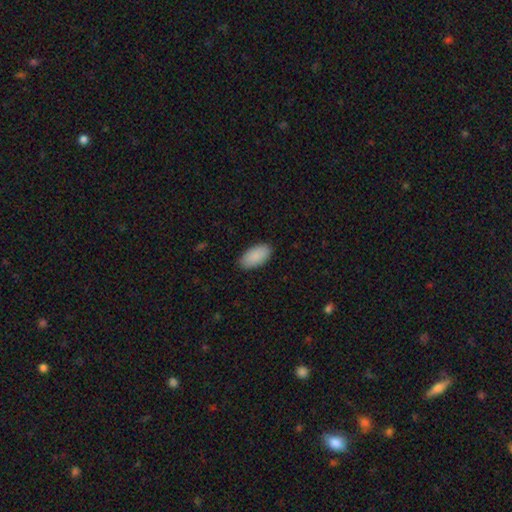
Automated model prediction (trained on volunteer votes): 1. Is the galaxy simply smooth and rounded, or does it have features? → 90% smooth, 6% star or artifact, 4% featured or disk.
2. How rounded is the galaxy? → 96% in between, 2% cigar-shaped, 2% round.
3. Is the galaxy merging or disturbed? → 88% none, 9% minor disturbance, 2% major disturbance, 1% merger.